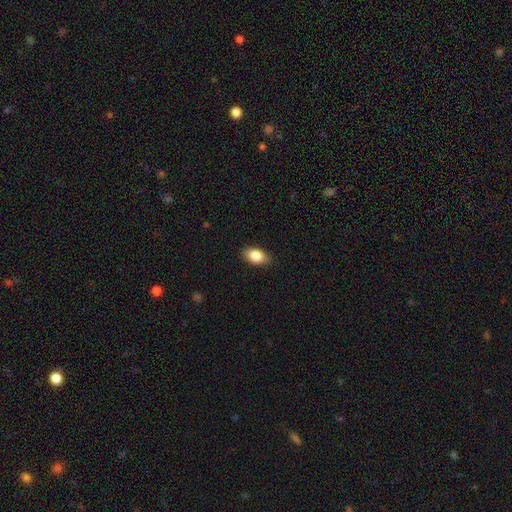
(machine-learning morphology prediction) A smooth galaxy with no disk features (84%) that is in between round and cigar-shaped (89%). Merging: none (87%).